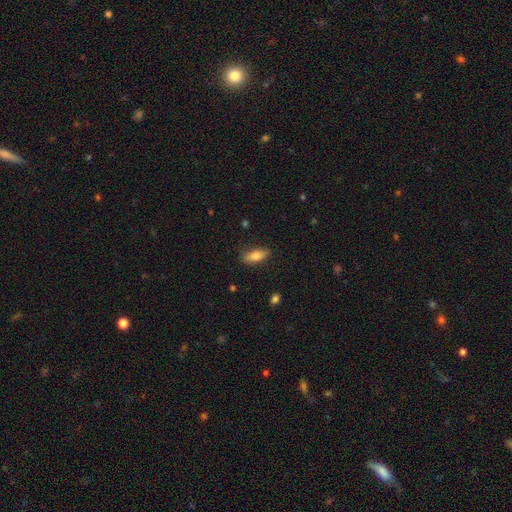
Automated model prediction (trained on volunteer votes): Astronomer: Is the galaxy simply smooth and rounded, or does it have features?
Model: smooth — 83%.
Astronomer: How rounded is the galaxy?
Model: in between — 79%.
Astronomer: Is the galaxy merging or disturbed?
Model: none — 82%.